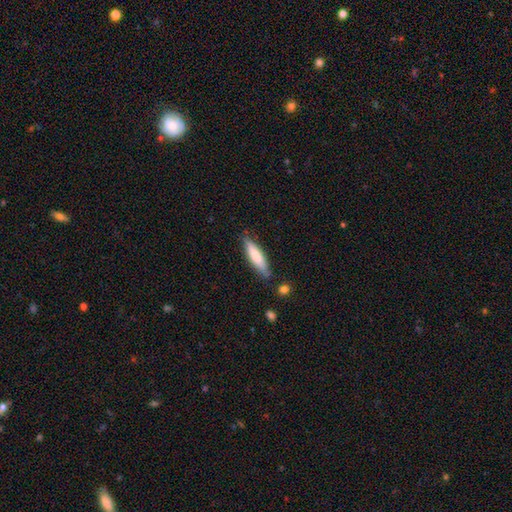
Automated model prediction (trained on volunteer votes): Smooth or featured: smooth — 72% (featured or disk — 23%)
How rounded: cigar-shaped — 73% (in between — 26%)
Merging: none — 79% (minor disturbance — 15%)